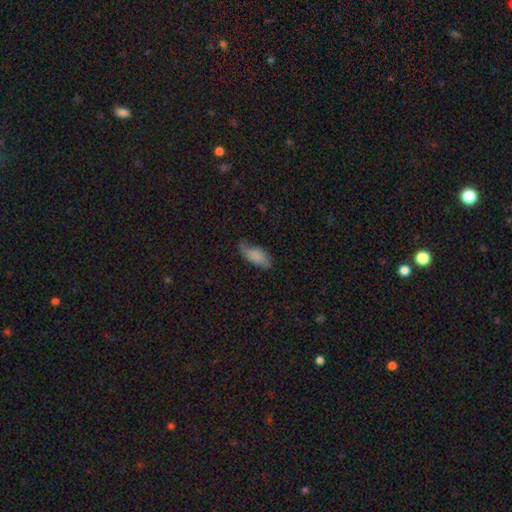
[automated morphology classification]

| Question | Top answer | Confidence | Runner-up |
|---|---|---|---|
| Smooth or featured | smooth | 72% | featured or disk (20%) |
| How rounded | in between | 88% | cigar-shaped (10%) |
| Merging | none | 55% | minor disturbance (32%) |